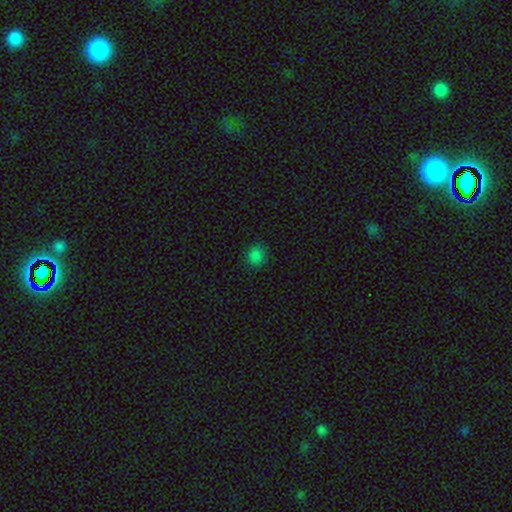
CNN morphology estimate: Smooth or featured? smooth (81%)
How rounded? round (76%)
Merging? none (87%)